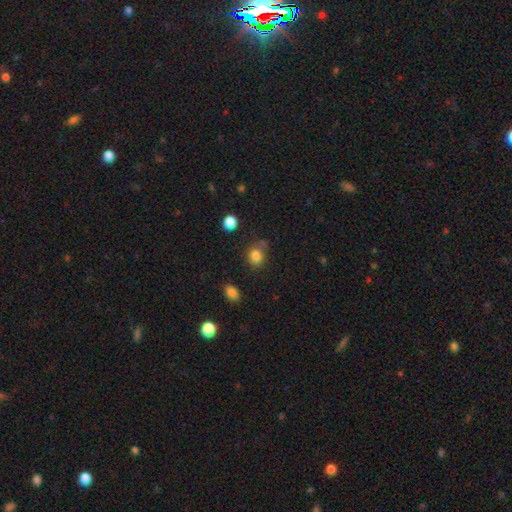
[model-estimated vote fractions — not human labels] Smooth or featured? smooth (82%)
How rounded? round (66%)
Merging? none (65%)